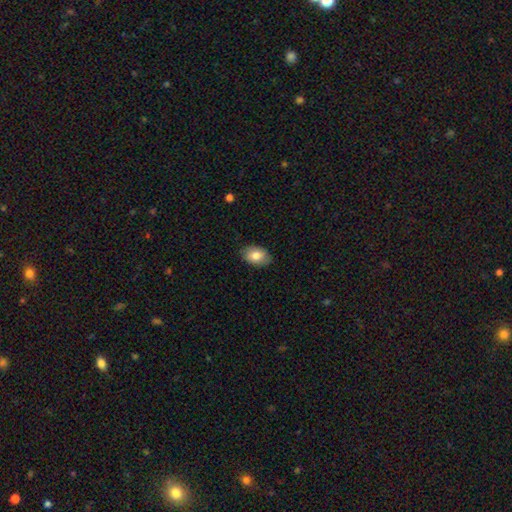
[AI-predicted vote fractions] Morphology: type=smooth (81%); roundness=in between (84%); merging=none (85%).